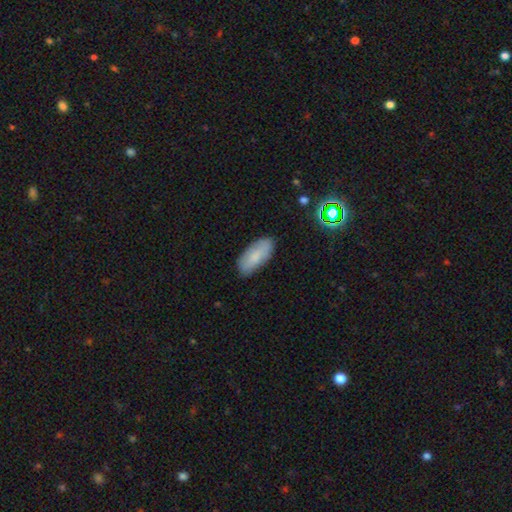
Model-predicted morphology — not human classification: smooth 77%, featured or disk 16%, star or artifact 7%. Down the decision tree: how rounded — in between (87%); merging — none (83%).